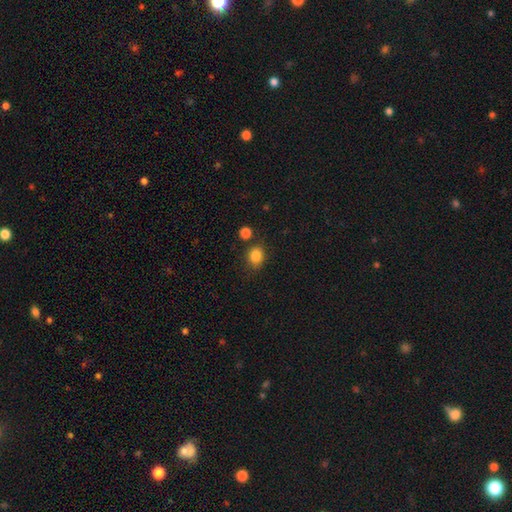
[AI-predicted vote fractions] This is clearly a smooth galaxy (84%). How rounded: likely round (62%). Merging: likely none (76%).